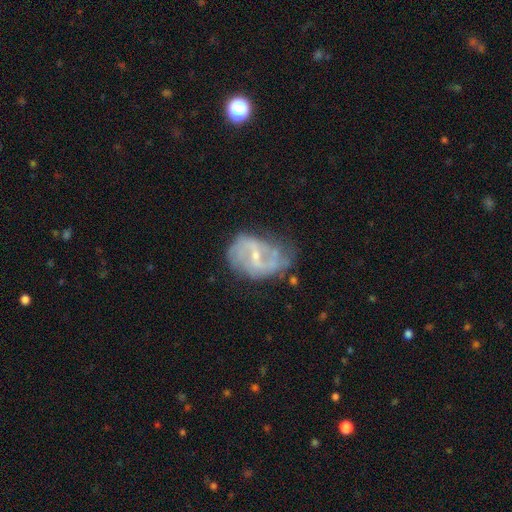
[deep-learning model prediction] Overall: featured or disk (79%). Edge-on disk: no (97%). Bar: weak (55%; strong 25%). Spiral arms: yes (82%). Spiral arm count: 2 (66%). Spiral winding: medium (42%; loose 38%). Bulge size: small (69%). Merging: none (45%; minor disturbance 32%).